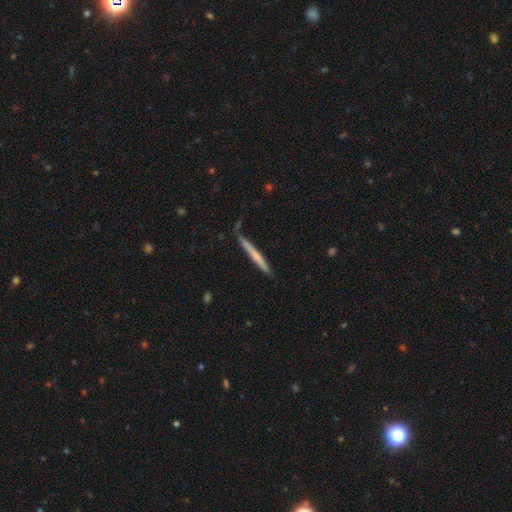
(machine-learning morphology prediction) Smooth or featured: smooth — 58% (featured or disk — 37%)
How rounded: cigar-shaped — 97% (in between — 2%)
Merging: none — 79% (minor disturbance — 16%)